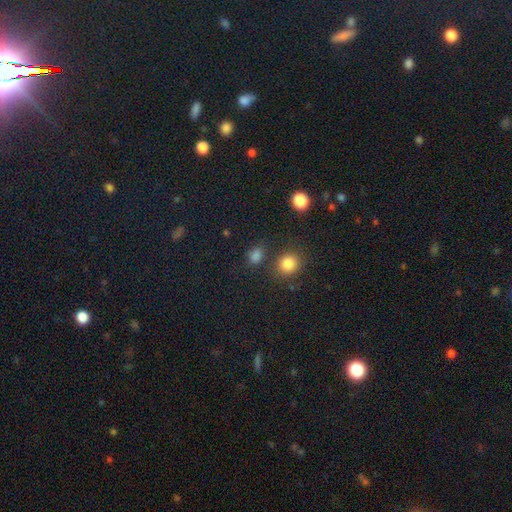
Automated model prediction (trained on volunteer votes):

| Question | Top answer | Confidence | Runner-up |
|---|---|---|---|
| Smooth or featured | smooth | 77% | star or artifact (18%) |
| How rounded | round | 56% | in between (42%) |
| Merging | none | 74% | minor disturbance (11%) |